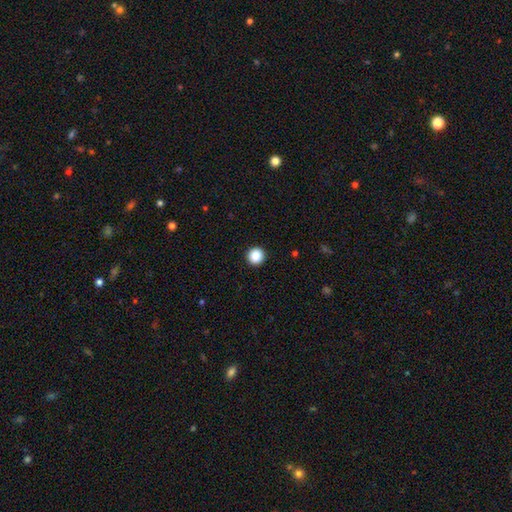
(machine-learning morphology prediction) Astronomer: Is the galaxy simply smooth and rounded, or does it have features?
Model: smooth — 88%.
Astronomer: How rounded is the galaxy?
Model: round — 95%.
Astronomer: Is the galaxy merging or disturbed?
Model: none — 93%.